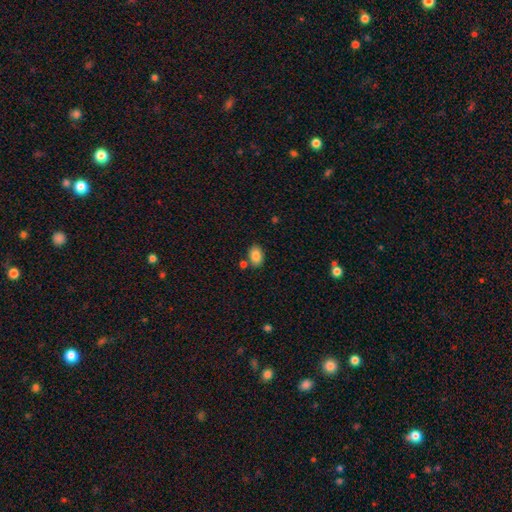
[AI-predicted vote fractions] Smooth or featured? Predicted: smooth (p=0.86). How rounded? Predicted: in between (p=0.83). Merging? Predicted: none (p=0.76).